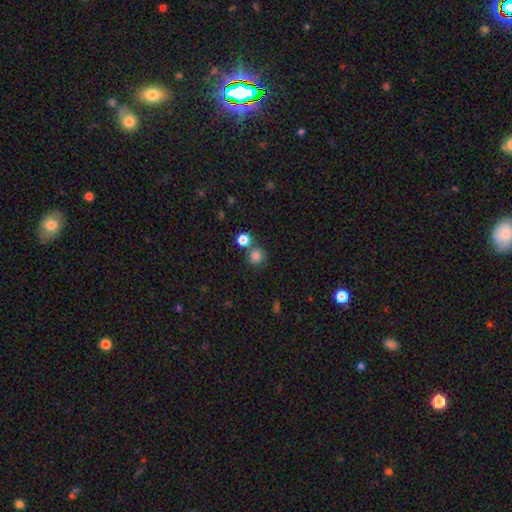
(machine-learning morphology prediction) Overall: smooth (82%). How rounded: round (89%). Merging: none (64%).